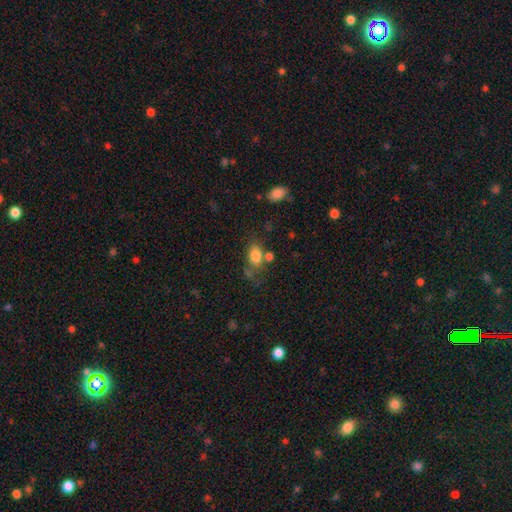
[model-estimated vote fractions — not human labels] smooth_or_featured: smooth (p=0.80) [alt: featured or disk p=0.10]
how_rounded: in between (p=0.77) [alt: round p=0.20]
merging: none (p=0.54) [alt: minor disturbance p=0.20]